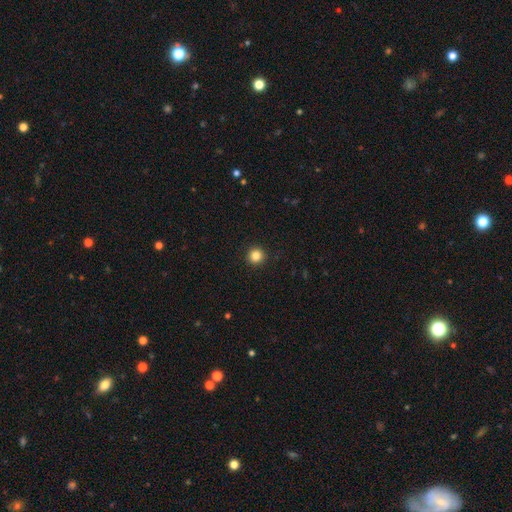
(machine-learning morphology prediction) type=smooth (85%); roundness=round (95%); merging=none (93%).